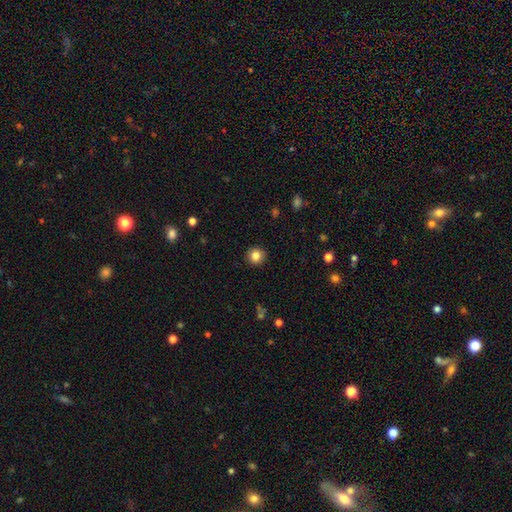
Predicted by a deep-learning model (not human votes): Smooth or featured: smooth — 84% (star or artifact — 10%)
How rounded: round — 93% (in between — 6%)
Merging: none — 92% (minor disturbance — 5%)